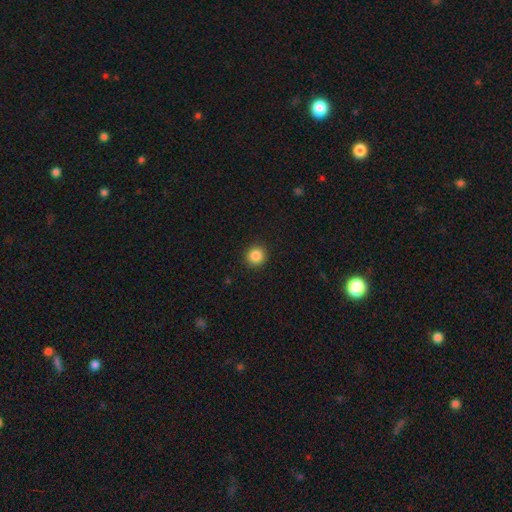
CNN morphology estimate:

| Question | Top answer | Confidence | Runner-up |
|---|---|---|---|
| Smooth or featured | smooth | 86% | star or artifact (10%) |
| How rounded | round | 92% | in between (7%) |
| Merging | none | 92% | minor disturbance (5%) |